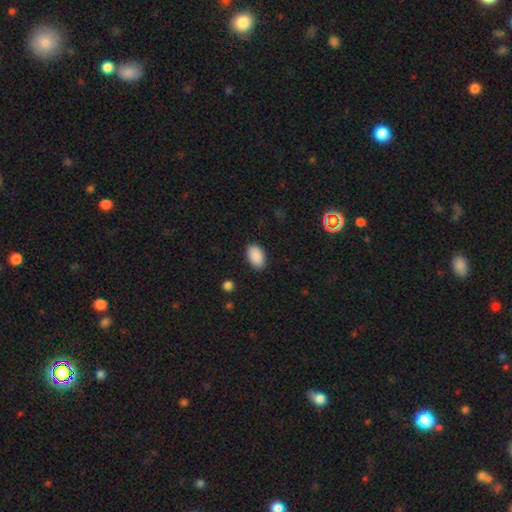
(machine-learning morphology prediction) This appears to be a smooth galaxy with no disk features (90%) that is in between round and cigar-shaped (92%). Merging: none (87%).